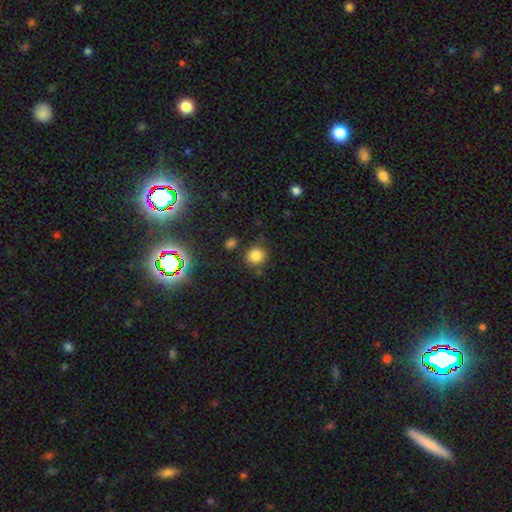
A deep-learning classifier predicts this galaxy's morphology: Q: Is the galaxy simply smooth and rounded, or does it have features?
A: smooth — 81%.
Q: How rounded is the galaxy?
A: round — 87%.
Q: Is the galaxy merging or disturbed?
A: none — 79%.